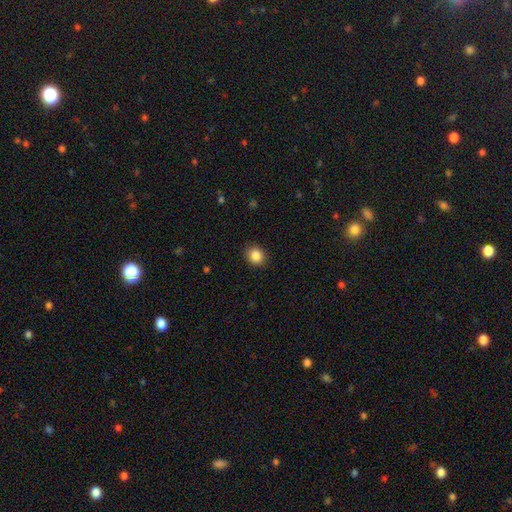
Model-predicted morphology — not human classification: The model was most divided on "how rounded": round: 68%, in between: 32%, cigar-shaped: 1%. More confident: merging — none (89%); smooth or featured — smooth (86%).